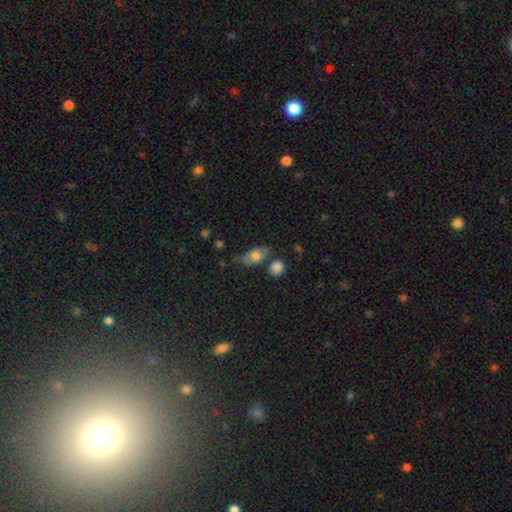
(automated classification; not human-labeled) Smooth or featured: smooth — 69% (featured or disk — 23%)
How rounded: in between — 81% (round — 13%)
Merging: none — 51% (minor disturbance — 26%)